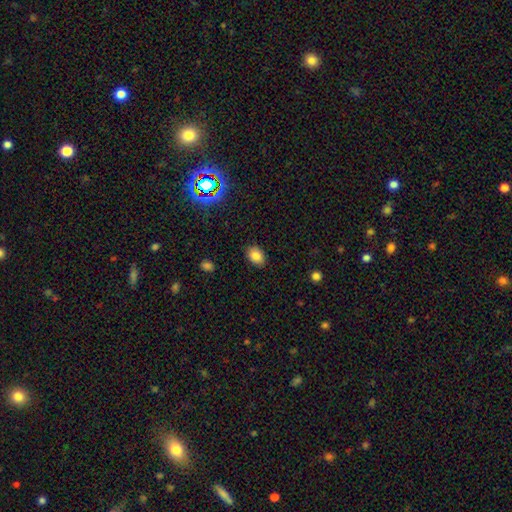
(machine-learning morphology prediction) This is clearly a smooth galaxy (84%). How rounded: likely in between (77%). Merging: clearly none (87%).